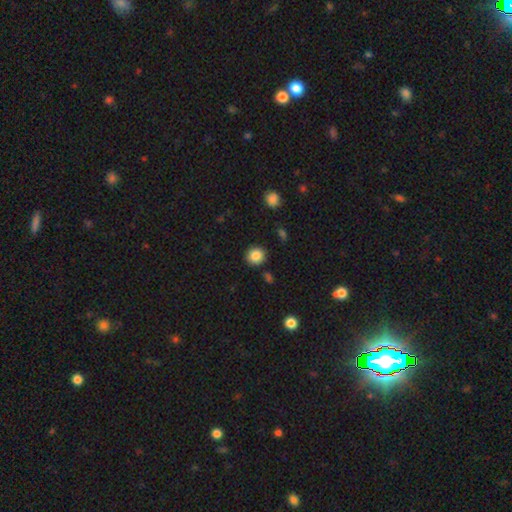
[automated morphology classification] Smooth or featured: smooth — 86% (star or artifact — 9%)
How rounded: round — 89% (in between — 10%)
Merging: none — 89% (minor disturbance — 7%)